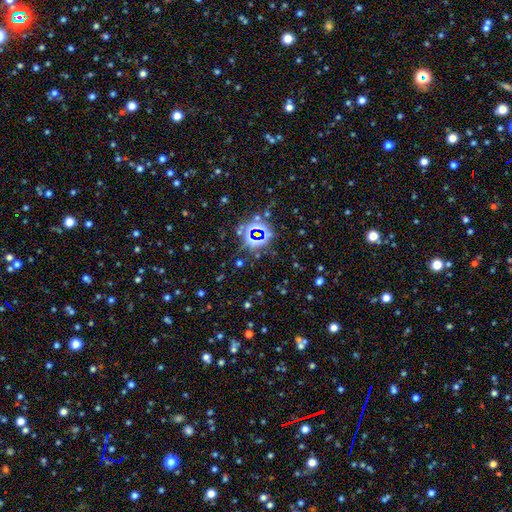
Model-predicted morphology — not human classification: The model was most divided on "smooth or featured": star or artifact: 78%, smooth: 13%, featured or disk: 8%.